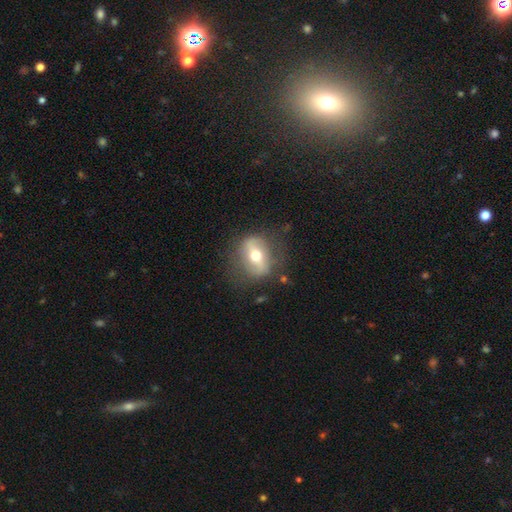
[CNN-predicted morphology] Overall: featured or disk (57%; smooth 35%). Edge-on disk: no (85%). Merging: none (73%).